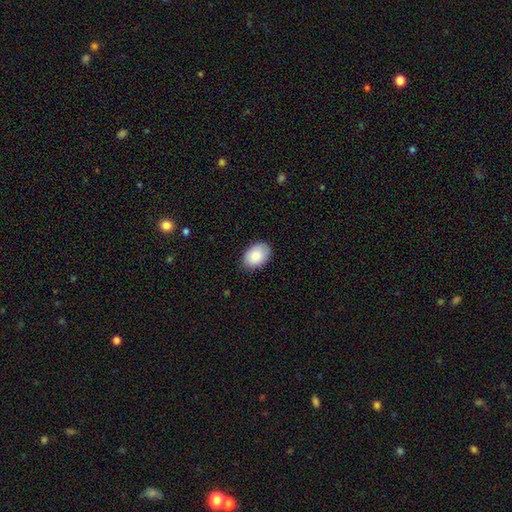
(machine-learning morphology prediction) This is clearly a smooth galaxy (87%). How rounded: clearly in between (86%). Merging: clearly none (84%).